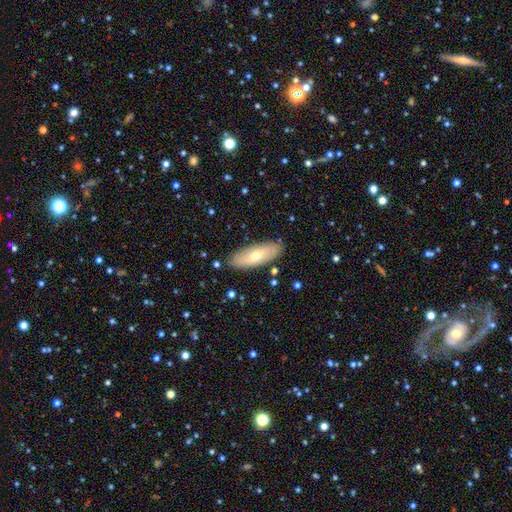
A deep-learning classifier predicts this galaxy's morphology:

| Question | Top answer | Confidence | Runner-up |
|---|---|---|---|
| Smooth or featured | smooth | 58% | featured or disk (35%) |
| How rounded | in between | 66% | cigar-shaped (32%) |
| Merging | none | 87% | minor disturbance (9%) |